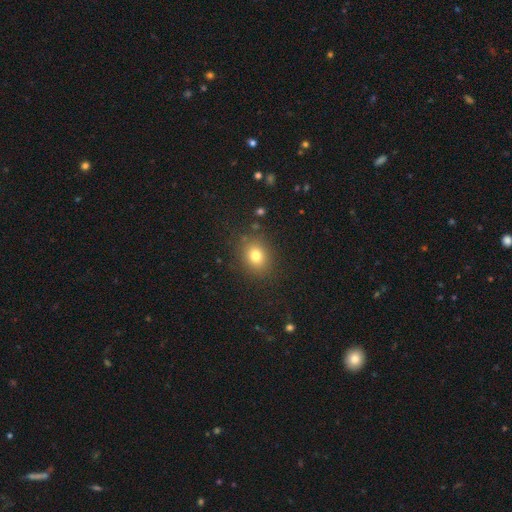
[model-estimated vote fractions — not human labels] The model was most divided on "how rounded": round: 57%, in between: 42%, cigar-shaped: 1%. More confident: merging — none (85%); smooth or featured — smooth (77%).